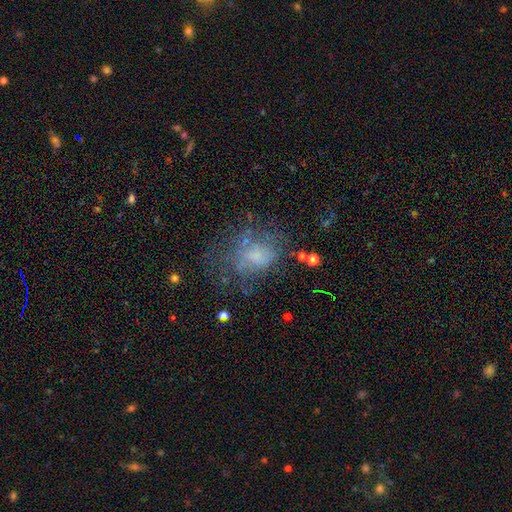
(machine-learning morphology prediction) This is possibly a smooth galaxy (46%). Merging: marginally none (44%).